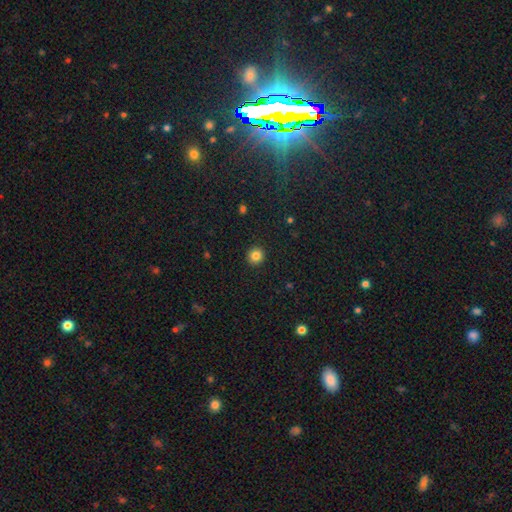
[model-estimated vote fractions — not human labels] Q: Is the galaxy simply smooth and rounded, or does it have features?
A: smooth — 83%.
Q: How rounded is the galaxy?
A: round — 93%.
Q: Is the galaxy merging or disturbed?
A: none — 93%.